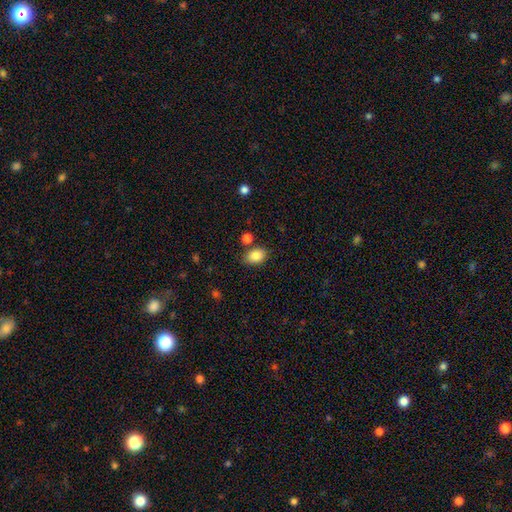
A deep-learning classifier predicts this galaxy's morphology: Smooth or featured?
  - smooth: 86% *
  - star or artifact: 9%
  - featured or disk: 5%
How rounded?
  - in between: 78% *
  - round: 20%
  - cigar-shaped: 1%
Merging?
  - none: 76% *
  - minor disturbance: 13%
  - merger: 7%
  - major disturbance: 3%